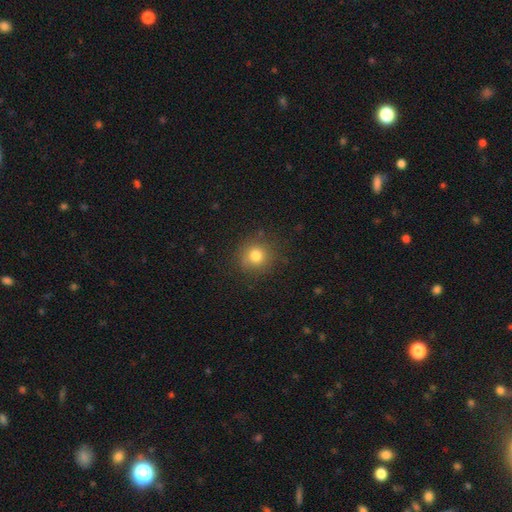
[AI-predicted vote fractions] This appears to be a smooth galaxy with no disk features (78%) that is round (90%). Merging: none (83%).